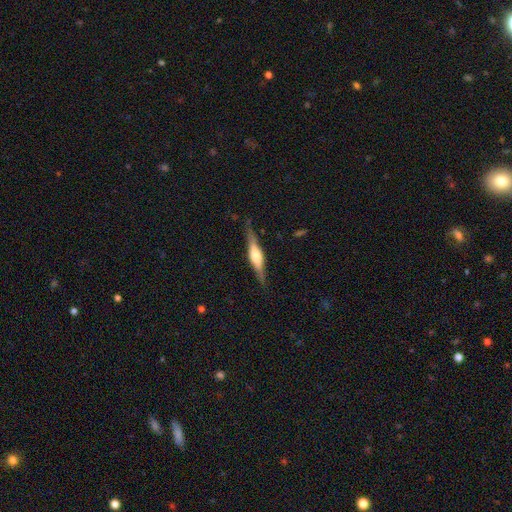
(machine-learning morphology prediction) Overall: featured or disk (66%; smooth 28%). Edge-on disk: yes (95%). Edge-on bulge: rounded (77%). Merging: none (83%).